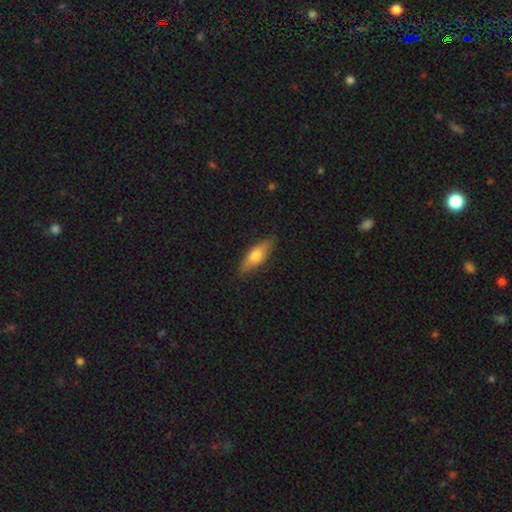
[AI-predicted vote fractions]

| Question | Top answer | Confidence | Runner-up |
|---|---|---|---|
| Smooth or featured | smooth | 58% | featured or disk (36%) |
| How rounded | in between | 51% | cigar-shaped (46%) |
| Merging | none | 84% | minor disturbance (13%) |